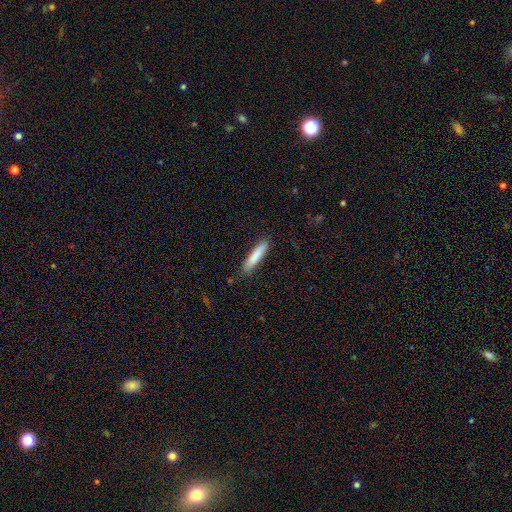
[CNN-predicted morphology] Smooth or featured?
  - smooth: 82% *
  - featured or disk: 12%
  - star or artifact: 6%
How rounded?
  - cigar-shaped: 88% *
  - in between: 11%
  - round: 1%
Merging?
  - none: 85% *
  - minor disturbance: 11%
  - major disturbance: 2%
  - merger: 1%